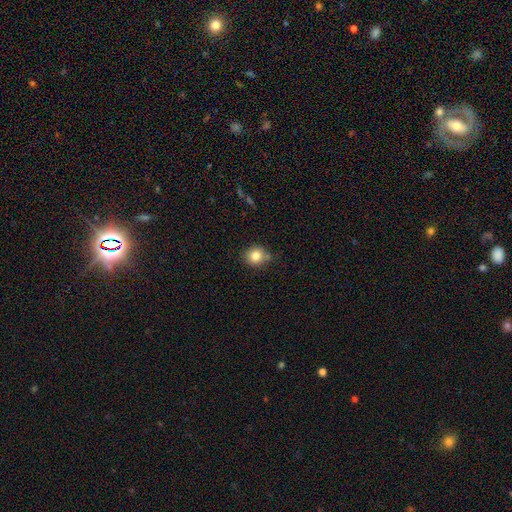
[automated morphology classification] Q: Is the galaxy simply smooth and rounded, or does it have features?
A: smooth — 83%.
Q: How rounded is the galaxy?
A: round — 84%.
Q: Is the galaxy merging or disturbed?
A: none — 76%.